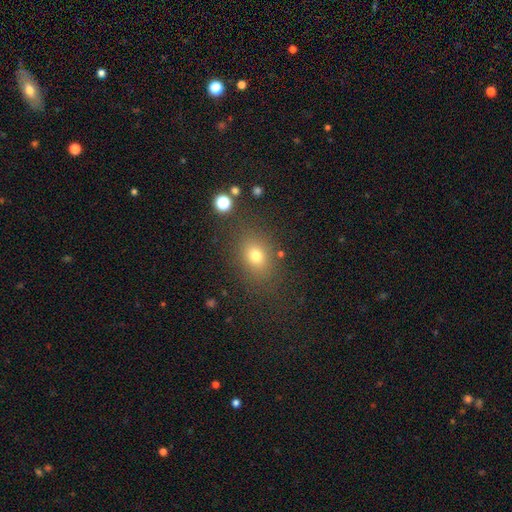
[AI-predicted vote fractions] smooth 73%, star or artifact 16%, featured or disk 11%. Down the decision tree: how rounded — in between (62%); merging — none (80%).